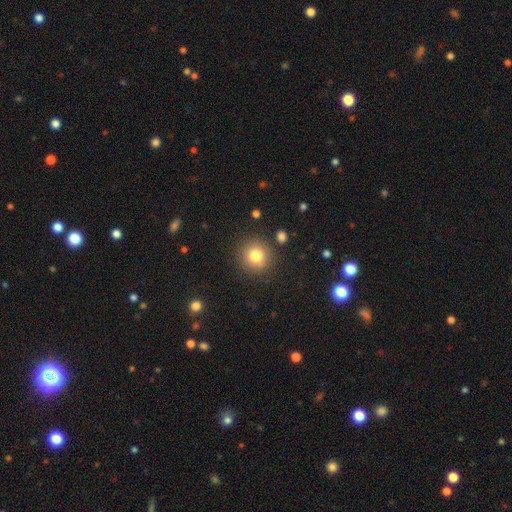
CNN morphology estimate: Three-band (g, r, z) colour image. It shows a smooth galaxy with no disk features (80%) that is round (92%). Merging: none (86%).